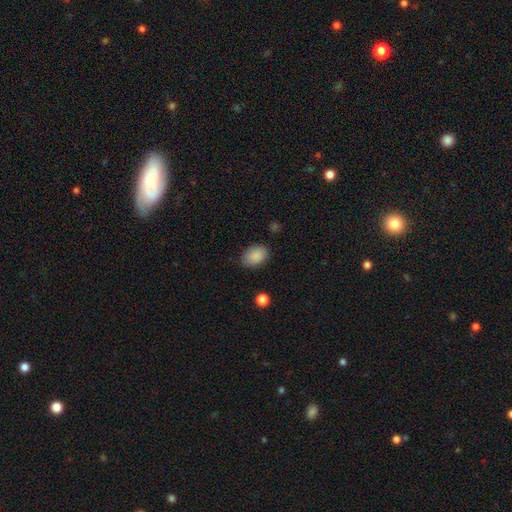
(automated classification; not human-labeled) smooth-or-featured: smooth: 89% | star or artifact: 8% | featured or disk: 4%
  how-rounded: in between: 78% | round: 21% | cigar-shaped: 1%
  merging: none: 81% | minor disturbance: 14% | major disturbance: 3% | merger: 1%